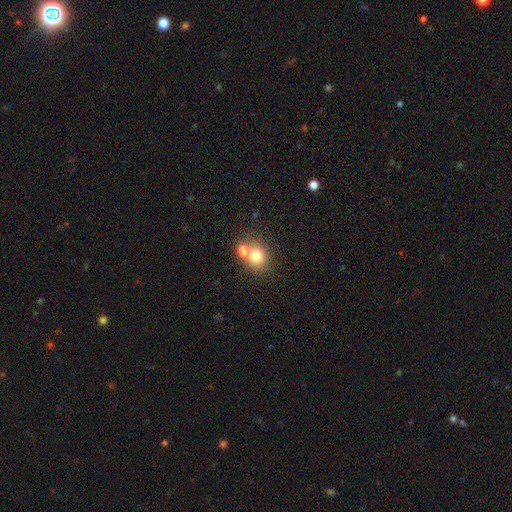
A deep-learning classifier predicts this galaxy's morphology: A smooth galaxy with no disk features (75%) that is round (70%). Merging: merger (51%).